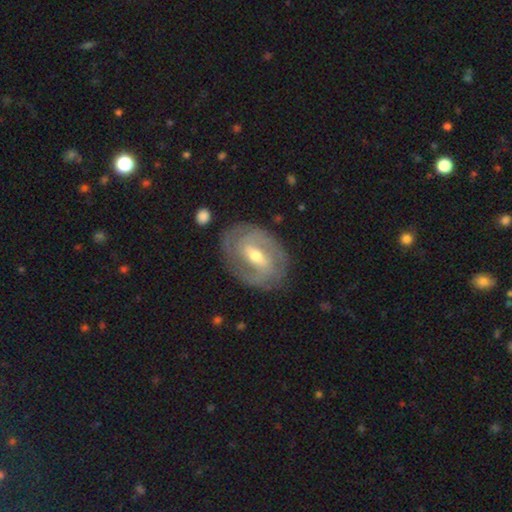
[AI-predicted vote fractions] The model was most divided on "bar": weak: 44%, strong: 40%, no: 16%. More confident: edge-on disk — no (96%); spiral arms — yes (92%); smooth or featured — featured or disk (84%); merging — none (82%); spiral arm count — 2 (72%); bulge size — moderate (61%); spiral winding — tight (57%).